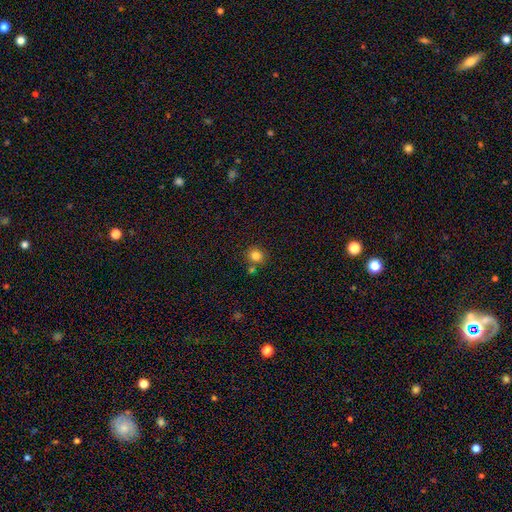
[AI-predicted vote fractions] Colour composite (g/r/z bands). It shows a smooth galaxy with no disk features (83%) that is round (83%). Merging: none (74%).